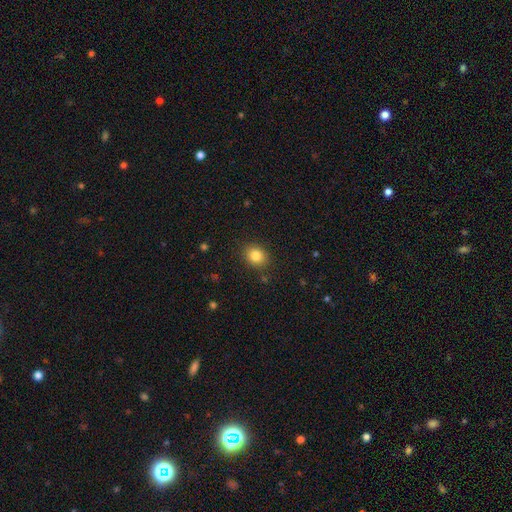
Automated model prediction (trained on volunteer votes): Q: Smooth or featured?
A: smooth (82%); runner-up: star or artifact (11%)
Q: How rounded?
A: round (66%); runner-up: in between (33%)
Q: Merging?
A: none (88%); runner-up: minor disturbance (9%)